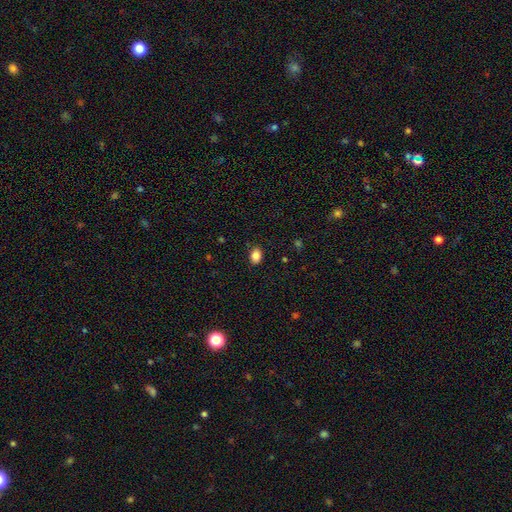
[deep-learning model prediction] Smooth or featured? Predicted: smooth (p=0.86). How rounded? Predicted: in between (p=0.72). Merging? Predicted: none (p=0.88).